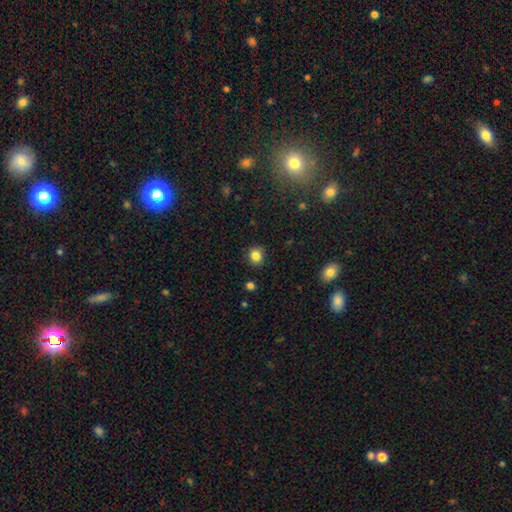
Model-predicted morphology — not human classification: The model was most divided on "how rounded": round: 80%, in between: 19%, cigar-shaped: 1%. More confident: merging — none (88%); smooth or featured — smooth (83%).